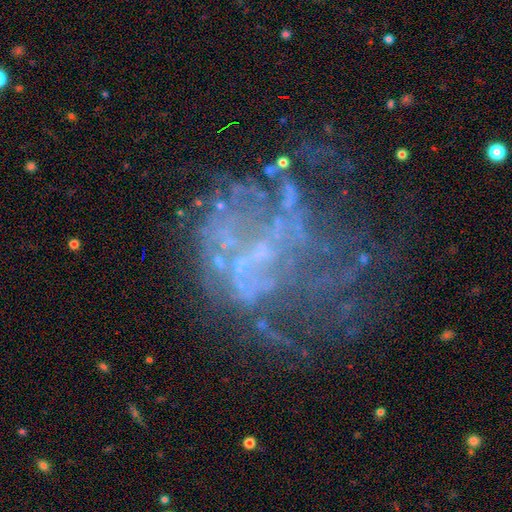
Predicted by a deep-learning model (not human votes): This appears to be a featured or disk galaxy (65%) with no bar (87%), no spiral arms (82%) and no central bulge (65%). Merging: major disturbance (40%).